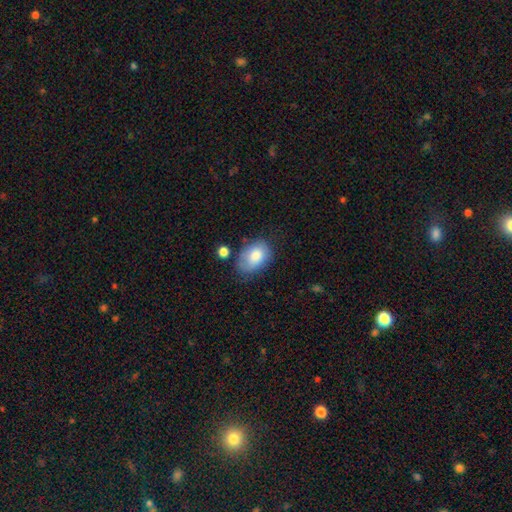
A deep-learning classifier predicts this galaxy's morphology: A smooth galaxy with no disk features (80%) that is in between round and cigar-shaped (83%).

Vote fractions:
- Smooth or featured? smooth: 80% / featured or disk: 13% / star or artifact: 7%
- How rounded? in between: 83% / round: 16% / cigar-shaped: 1%
- Merging? none: 56% / minor disturbance: 29% / major disturbance: 9% / merger: 5%